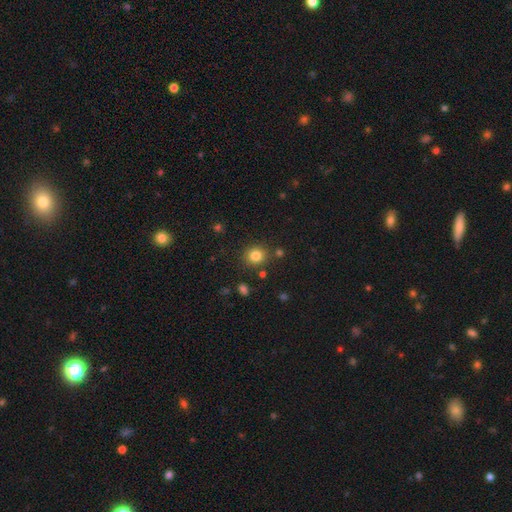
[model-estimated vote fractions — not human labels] Smooth or featured? smooth (81%)
How rounded? round (85%)
Merging? none (85%)